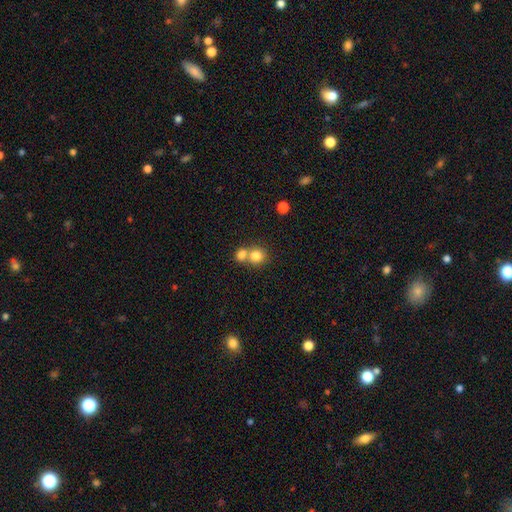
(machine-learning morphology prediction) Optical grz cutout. It shows a smooth galaxy with no disk features (80%) that is round (85%). Merging: merger (52%).